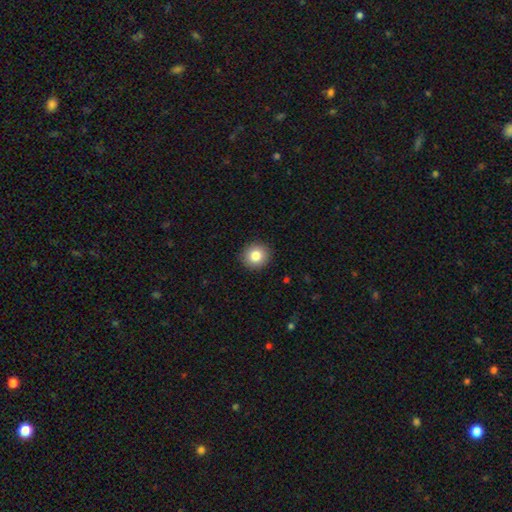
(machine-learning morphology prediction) smooth-or-featured: smooth: 83% | star or artifact: 10% | featured or disk: 7%
  how-rounded: round: 91% | in between: 8% | cigar-shaped: 1%
  merging: none: 92% | minor disturbance: 5% | major disturbance: 2% | merger: 1%